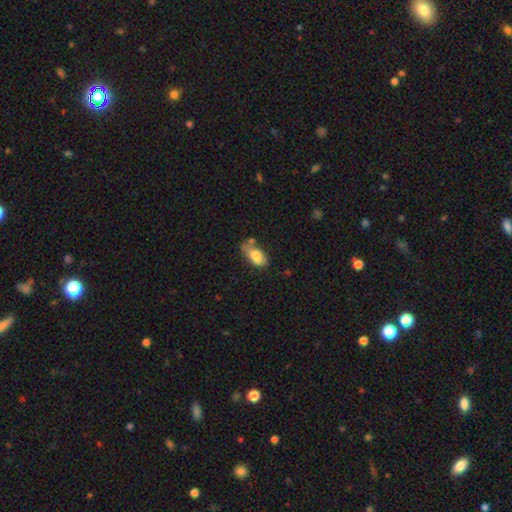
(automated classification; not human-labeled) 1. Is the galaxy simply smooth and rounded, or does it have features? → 72% smooth, 20% featured or disk, 8% star or artifact.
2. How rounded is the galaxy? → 88% in between, 7% cigar-shaped, 5% round.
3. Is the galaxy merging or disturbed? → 38% none, 30% minor disturbance, 19% merger, 13% major disturbance.